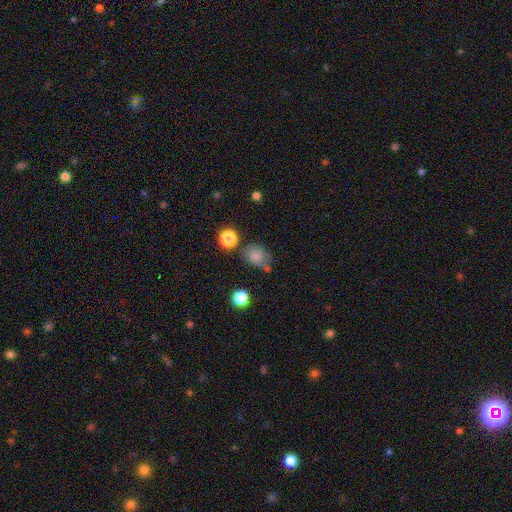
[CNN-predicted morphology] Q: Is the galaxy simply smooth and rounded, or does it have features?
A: smooth — 79%.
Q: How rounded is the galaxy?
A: in between — 52%.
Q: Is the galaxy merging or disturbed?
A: none — 55%.